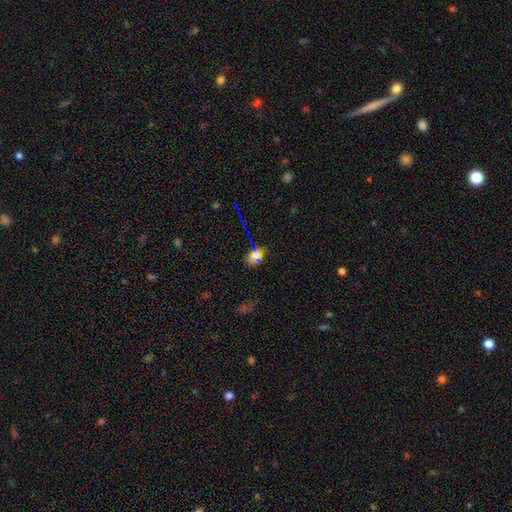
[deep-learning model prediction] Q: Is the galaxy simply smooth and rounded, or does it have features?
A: smooth — 61%.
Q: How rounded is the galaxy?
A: in between — 70%.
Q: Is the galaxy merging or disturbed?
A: none — 76%.